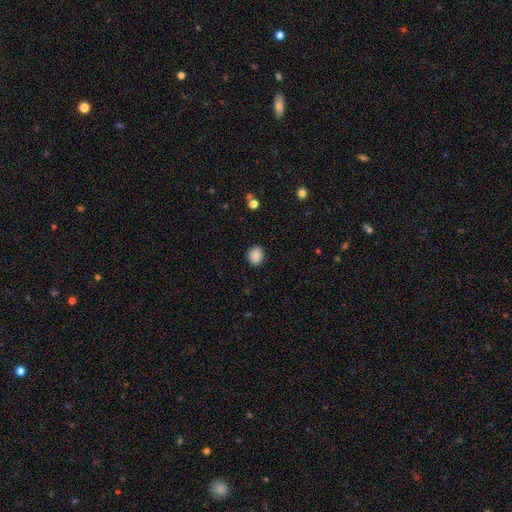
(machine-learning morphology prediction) Smooth or featured: smooth — 88% (star or artifact — 9%)
How rounded: round — 59% (in between — 40%)
Merging: none — 89% (minor disturbance — 8%)